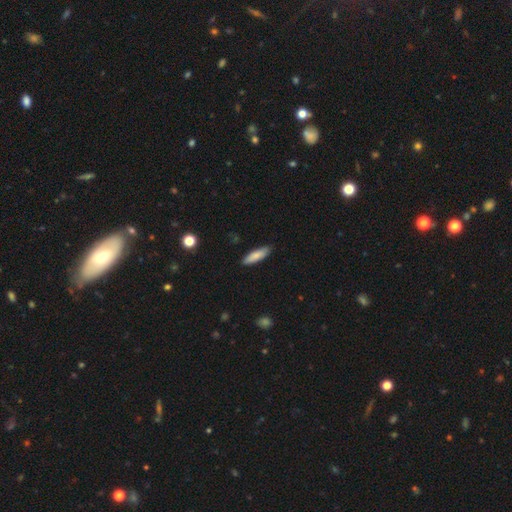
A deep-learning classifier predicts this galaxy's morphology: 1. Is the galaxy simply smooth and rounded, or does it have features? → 81% smooth, 13% featured or disk, 6% star or artifact.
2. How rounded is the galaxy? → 60% cigar-shaped, 39% in between, 2% round.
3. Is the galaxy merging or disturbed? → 87% none, 10% minor disturbance, 2% major disturbance, 1% merger.